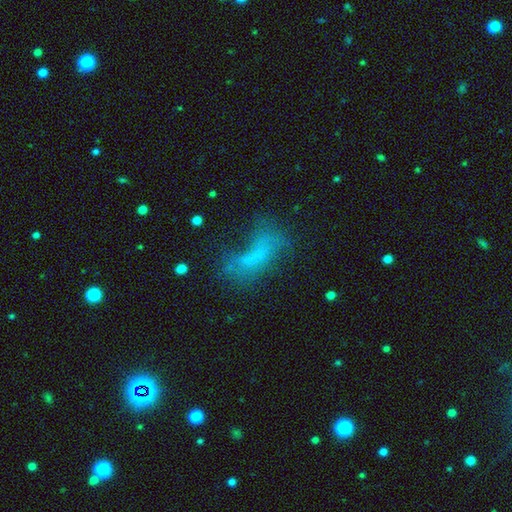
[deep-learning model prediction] smooth_or_featured: smooth (p=0.49) [alt: featured or disk p=0.32]
merging: major disturbance (p=0.37) [alt: none p=0.32]